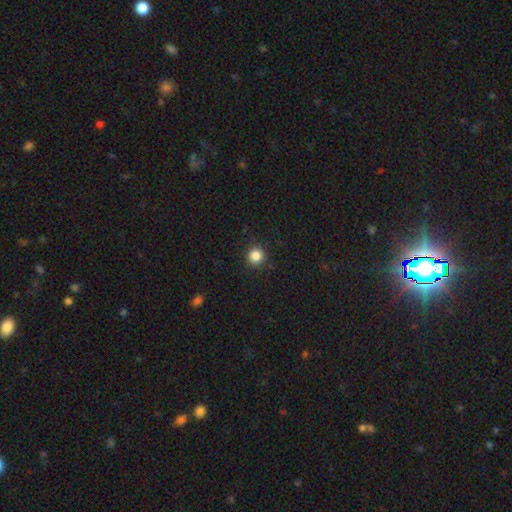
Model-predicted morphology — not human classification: The model was most divided on "smooth or featured": smooth: 85%, star or artifact: 11%, featured or disk: 4%. More confident: how rounded — round (95%); merging — none (92%).